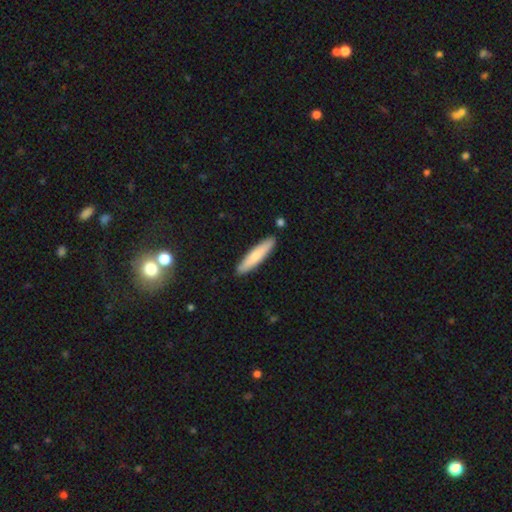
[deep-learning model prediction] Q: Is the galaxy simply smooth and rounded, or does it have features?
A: smooth — 75%.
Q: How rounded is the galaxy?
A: cigar-shaped — 87%.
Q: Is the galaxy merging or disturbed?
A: none — 88%.